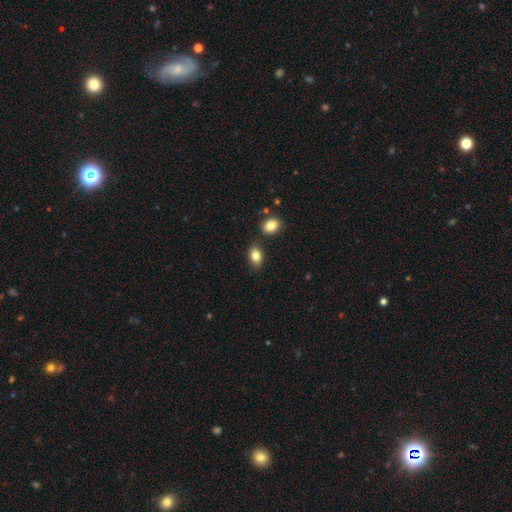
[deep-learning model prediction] Smooth or featured? smooth (84%)
How rounded? in between (83%)
Merging? none (79%)